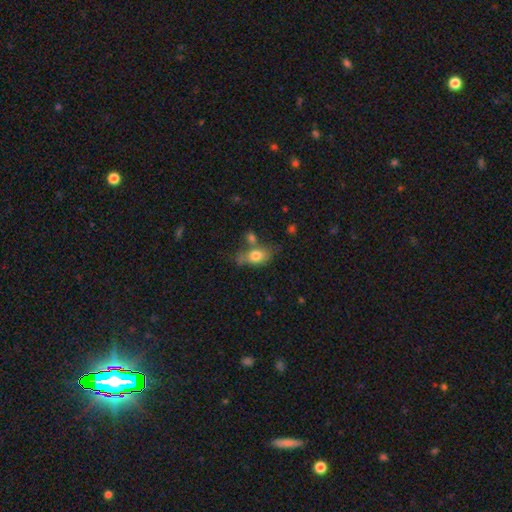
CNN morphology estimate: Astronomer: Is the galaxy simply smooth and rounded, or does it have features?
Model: smooth — 76%.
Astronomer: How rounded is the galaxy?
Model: in between — 80%.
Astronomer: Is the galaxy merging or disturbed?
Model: none — 45% (runner-up: merger, 23%).